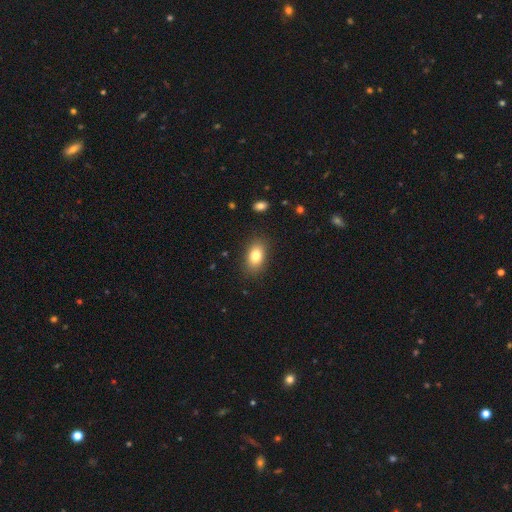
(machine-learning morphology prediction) Smooth or featured: smooth — 81% (featured or disk — 10%)
How rounded: in between — 86% (round — 12%)
Merging: none — 87% (minor disturbance — 10%)